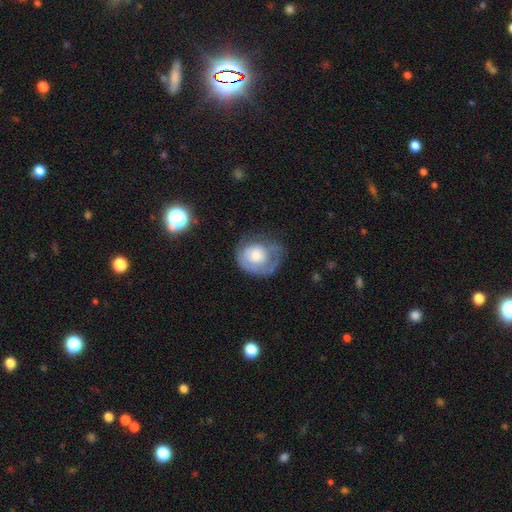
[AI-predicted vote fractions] A smooth galaxy with no disk features (47%).

Vote fractions:
- Smooth or featured? smooth: 47% / featured or disk: 46% / star or artifact: 7%
- Merging? none: 48% / minor disturbance: 29% / major disturbance: 21% / merger: 2%